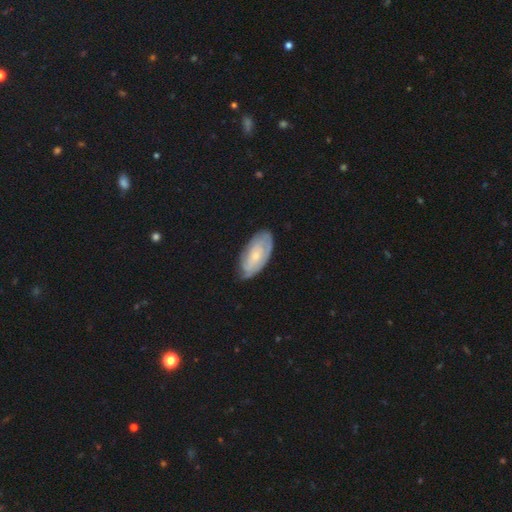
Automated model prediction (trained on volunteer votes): The model was most divided on "smooth or featured": featured or disk: 61%, smooth: 33%, star or artifact: 6%. More confident: edge-on disk — no (93%); spiral arms — yes (80%); bar — no (73%); merging — none (72%); bulge size — small (68%).